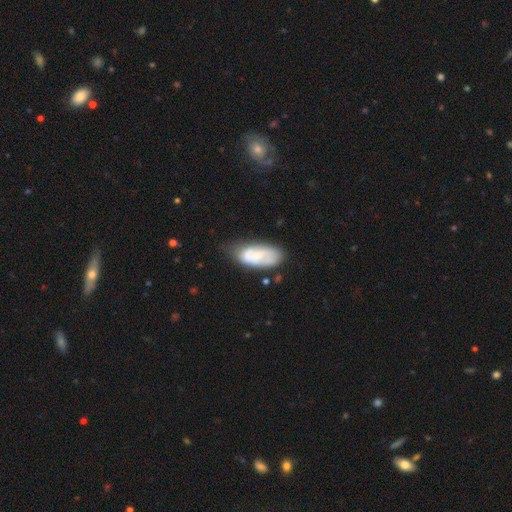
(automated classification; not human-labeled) Smooth or featured? Predicted: smooth (p=0.48). Merging? Predicted: none (p=0.56).